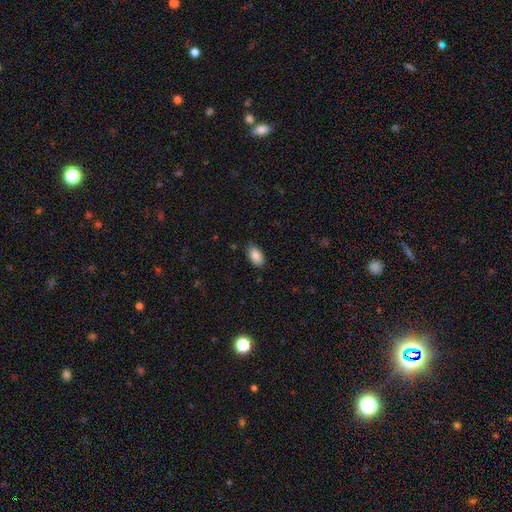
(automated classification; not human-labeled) The model was most divided on "merging": none: 84%, minor disturbance: 13%, major disturbance: 3%, merger: 1%. More confident: how rounded — in between (94%); smooth or featured — smooth (87%).